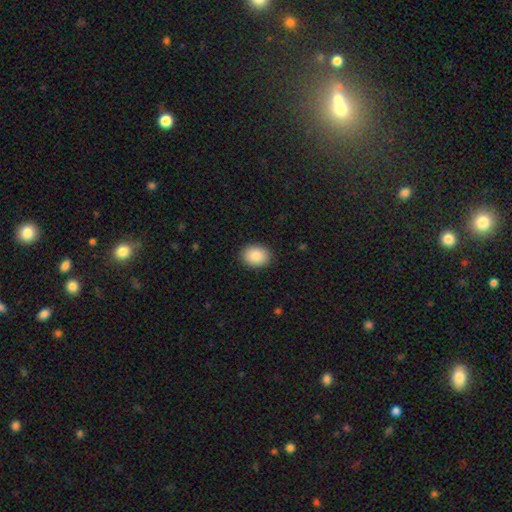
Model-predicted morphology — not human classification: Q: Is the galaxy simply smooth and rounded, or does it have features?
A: smooth — 89%.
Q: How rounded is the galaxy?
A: in between — 60%.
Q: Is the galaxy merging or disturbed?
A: none — 90%.